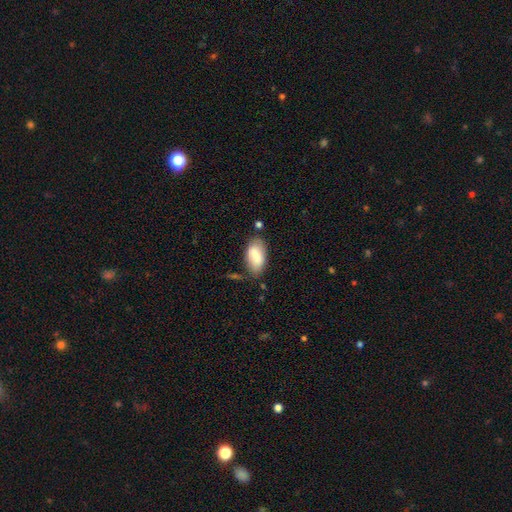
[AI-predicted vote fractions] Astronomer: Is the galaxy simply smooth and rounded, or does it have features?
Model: smooth — 77%.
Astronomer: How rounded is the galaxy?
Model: in between — 93%.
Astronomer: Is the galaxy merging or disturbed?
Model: none — 67%.